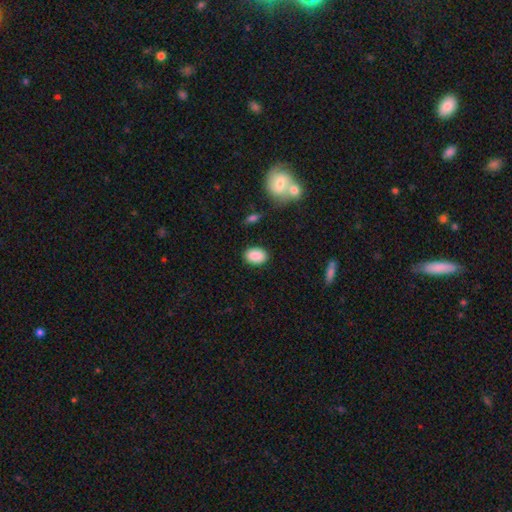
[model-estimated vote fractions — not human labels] smooth-or-featured: smooth: 88% | star or artifact: 8% | featured or disk: 5%
  how-rounded: in between: 81% | round: 18% | cigar-shaped: 1%
  merging: none: 86% | minor disturbance: 10% | major disturbance: 3% | merger: 2%